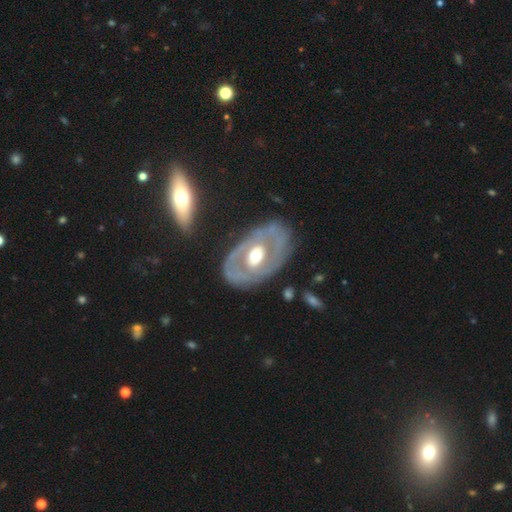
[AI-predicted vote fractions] Smooth or featured: featured or disk — 75% (smooth — 21%)
Edge-on disk: no — 93% (yes — 7%)
Bar: no — 56% (weak — 30%)
Spiral arms: no — 53% (yes — 47%)
Bulge size: moderate — 72% (large — 14%)
Merging: none — 74% (minor disturbance — 16%)